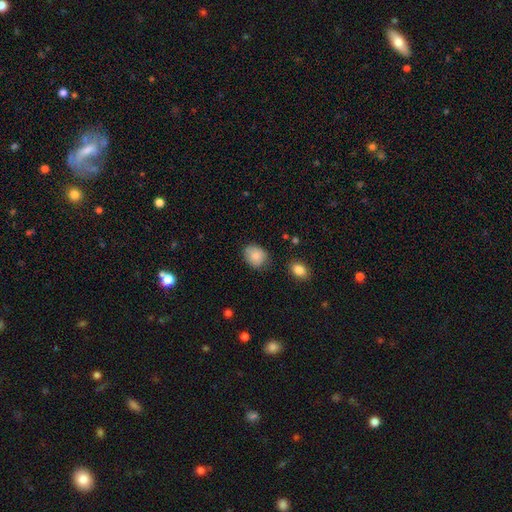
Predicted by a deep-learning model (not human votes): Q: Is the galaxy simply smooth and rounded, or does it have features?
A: smooth — 80%.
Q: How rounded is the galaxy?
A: round — 51%.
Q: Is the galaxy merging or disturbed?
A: none — 74%.